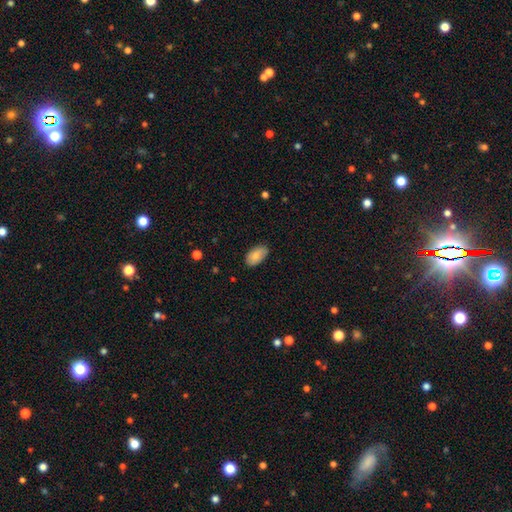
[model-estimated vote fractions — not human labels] This is clearly a smooth galaxy (84%). How rounded: clearly in between (95%). Merging: clearly none (81%).